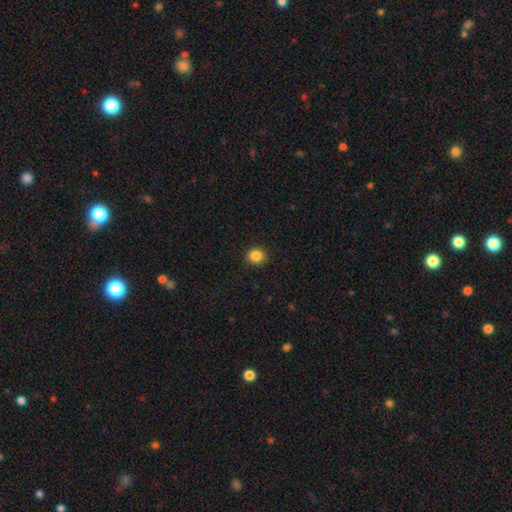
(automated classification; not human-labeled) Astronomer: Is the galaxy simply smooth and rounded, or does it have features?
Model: smooth — 86%.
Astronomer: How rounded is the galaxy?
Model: round — 84%.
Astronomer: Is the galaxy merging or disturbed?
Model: none — 90%.